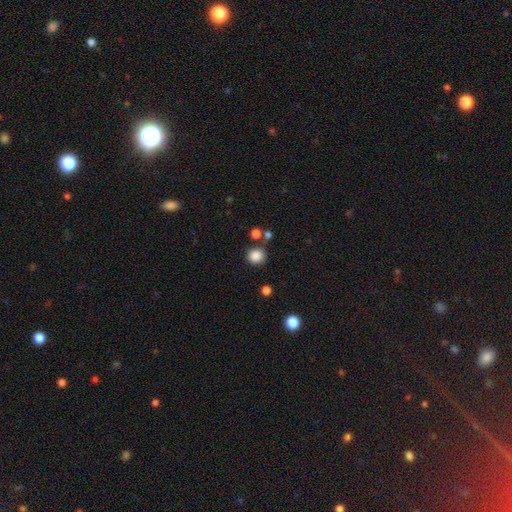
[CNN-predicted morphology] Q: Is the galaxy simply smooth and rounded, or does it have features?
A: smooth — 85%.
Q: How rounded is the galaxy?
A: round — 87%.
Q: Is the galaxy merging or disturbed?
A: none — 77%.